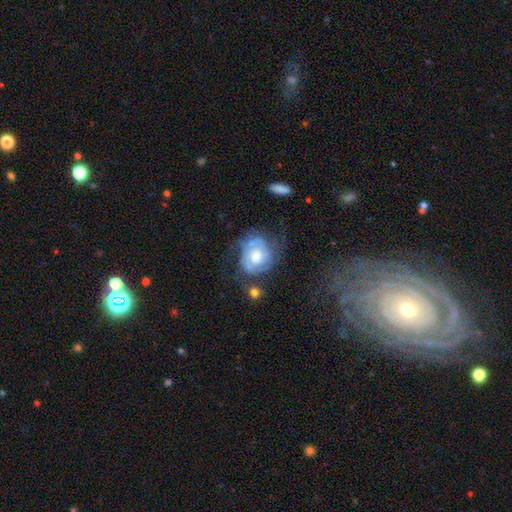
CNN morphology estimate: This appears to be a featured or disk galaxy (68%) with no bar (74%), 2 (41%) tight (56%) spiral arms (82%) and a moderate central bulge (45%). Merging: none (49%).